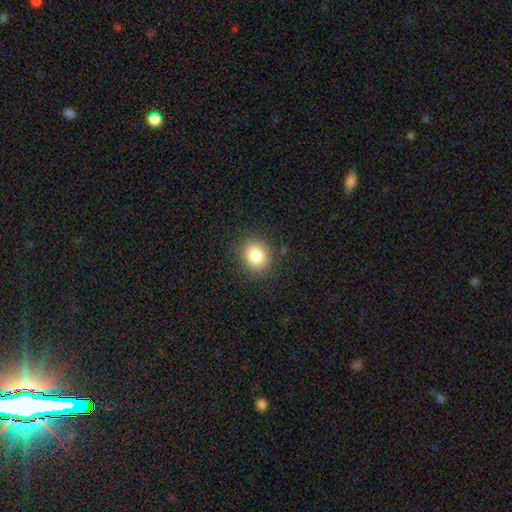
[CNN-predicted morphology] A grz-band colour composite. It shows a smooth galaxy with no disk features (84%) that is round (68%). Merging: none (86%).